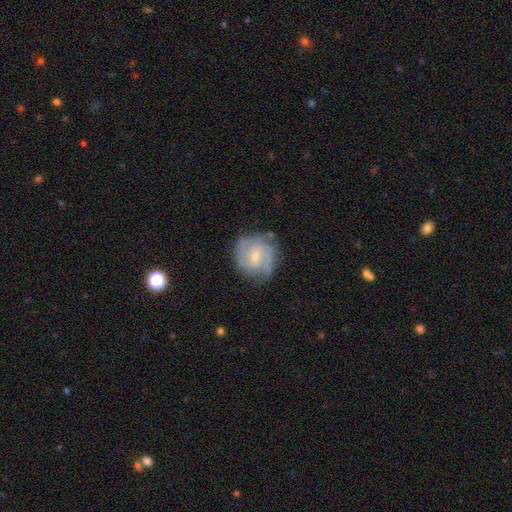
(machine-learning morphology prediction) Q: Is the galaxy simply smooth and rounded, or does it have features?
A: featured or disk — 75%.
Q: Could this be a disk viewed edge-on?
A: no — 98%.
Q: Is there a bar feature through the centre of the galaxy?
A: weak — 59%.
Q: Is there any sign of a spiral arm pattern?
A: yes — 92%.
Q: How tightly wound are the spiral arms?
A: medium — 43%.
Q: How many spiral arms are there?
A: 2 — 41%.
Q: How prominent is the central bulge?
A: small — 51%.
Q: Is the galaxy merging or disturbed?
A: none — 69%.